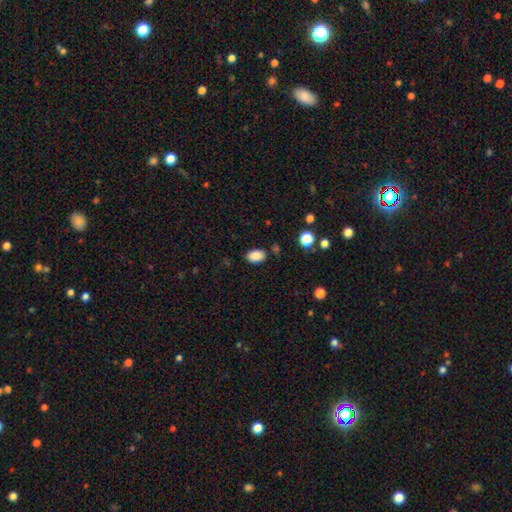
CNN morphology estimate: A smooth galaxy with no disk features (87%) that is in between round and cigar-shaped (84%). Merging: none (82%).